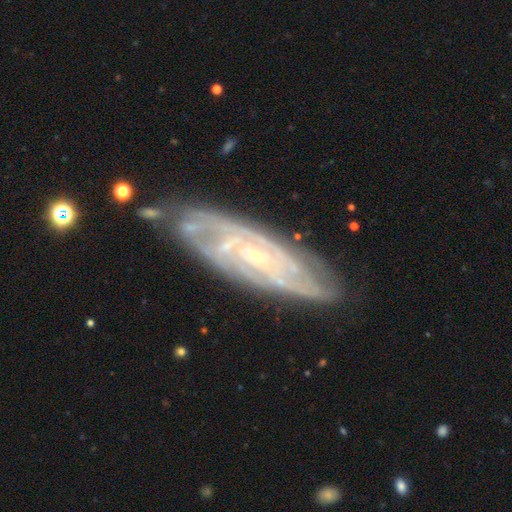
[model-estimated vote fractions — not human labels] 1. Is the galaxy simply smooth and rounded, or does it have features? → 86% featured or disk, 8% smooth, 6% star or artifact.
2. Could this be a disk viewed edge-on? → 84% no, 16% yes.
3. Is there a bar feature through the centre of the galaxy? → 55% no, 34% weak, 11% strong.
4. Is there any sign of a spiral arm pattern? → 95% yes, 5% no.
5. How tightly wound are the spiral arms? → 67% tight, 28% medium, 5% loose.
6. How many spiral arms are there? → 36% can't tell, 21% 2, 18% 3, 13% 4, 6% more than 4, 5% 1.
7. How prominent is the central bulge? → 76% small, 19% moderate, 3% none, 1% large, 1% dominant.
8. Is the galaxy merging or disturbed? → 77% none, 17% minor disturbance, 4% major disturbance, 2% merger.